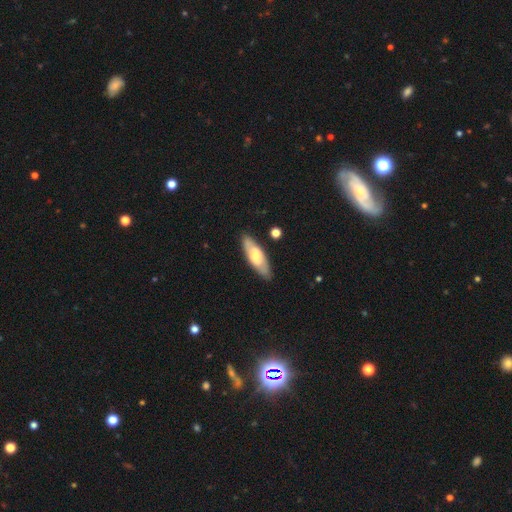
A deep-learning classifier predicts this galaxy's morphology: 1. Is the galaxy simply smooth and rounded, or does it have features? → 56% smooth, 39% featured or disk, 6% star or artifact.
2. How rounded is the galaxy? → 56% in between, 42% cigar-shaped, 2% round.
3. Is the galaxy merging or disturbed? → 86% none, 10% minor disturbance, 2% major disturbance, 2% merger.